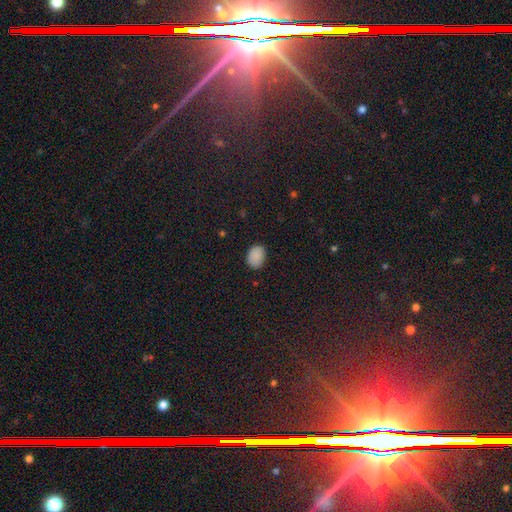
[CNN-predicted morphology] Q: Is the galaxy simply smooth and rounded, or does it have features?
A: smooth — 87%.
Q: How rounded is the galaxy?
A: in between — 71%.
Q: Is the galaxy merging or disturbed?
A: none — 85%.